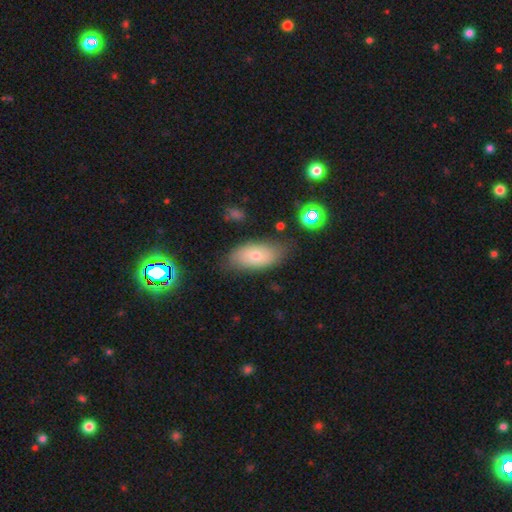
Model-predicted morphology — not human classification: smooth_or_featured: smooth (p=0.68) [alt: featured or disk p=0.24]
how_rounded: in between (p=0.92) [alt: cigar-shaped p=0.04]
merging: none (p=0.74) [alt: minor disturbance p=0.18]